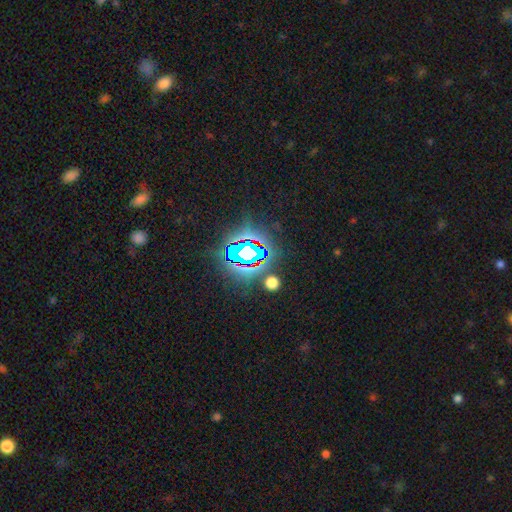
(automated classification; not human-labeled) Morphology: type=star or artifact (78%).